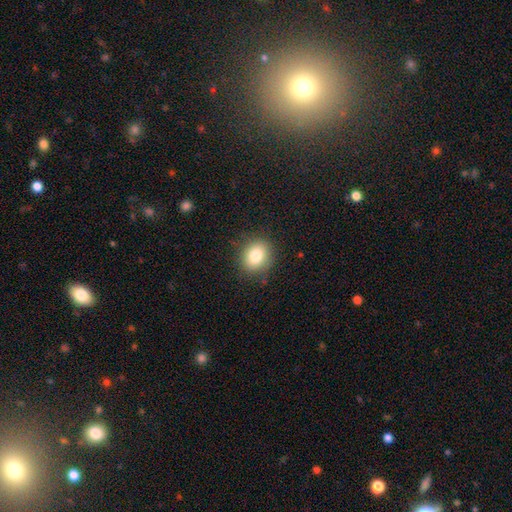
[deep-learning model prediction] smooth 81%, star or artifact 10%, featured or disk 9%. Down the decision tree: how rounded — round (70%); merging — none (86%).